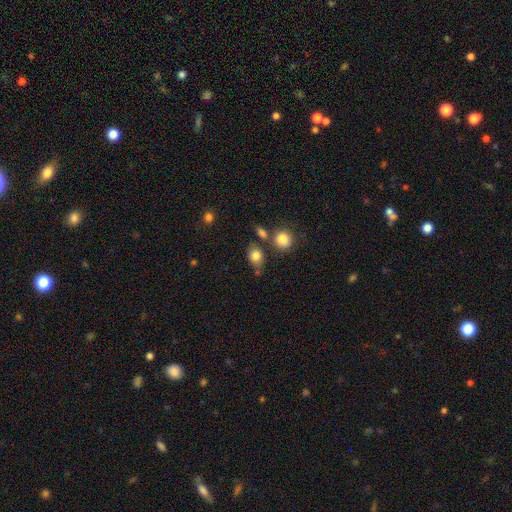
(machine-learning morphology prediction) A smooth galaxy with no disk features (81%) that is in between round and cigar-shaped (54%).

Vote fractions:
- Smooth or featured? smooth: 81% / star or artifact: 11% / featured or disk: 8%
- How rounded? in between: 54% / round: 44% / cigar-shaped: 2%
- Merging? none: 63% / minor disturbance: 17% / merger: 15% / major disturbance: 5%